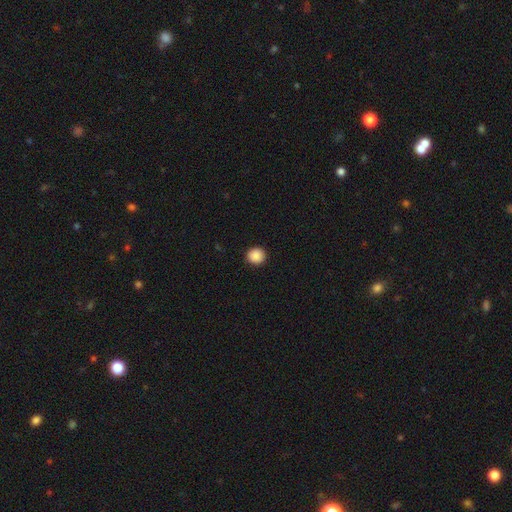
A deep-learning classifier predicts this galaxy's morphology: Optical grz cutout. It shows a smooth galaxy with no disk features (89%) that is round (91%). Merging: none (92%).